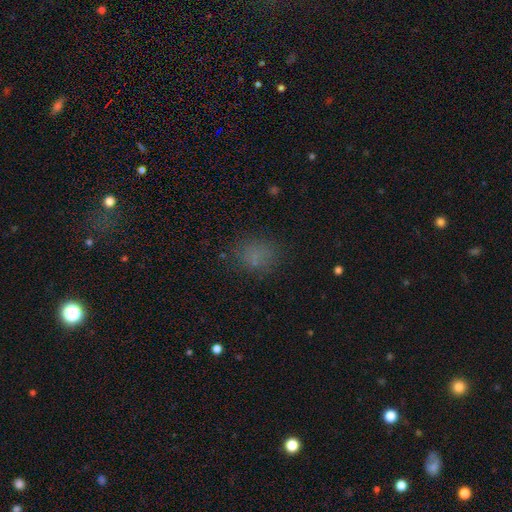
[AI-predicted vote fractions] Smooth or featured? Predicted: smooth (p=0.71). How rounded? Predicted: round (p=0.59). Merging? Predicted: none (p=0.77).